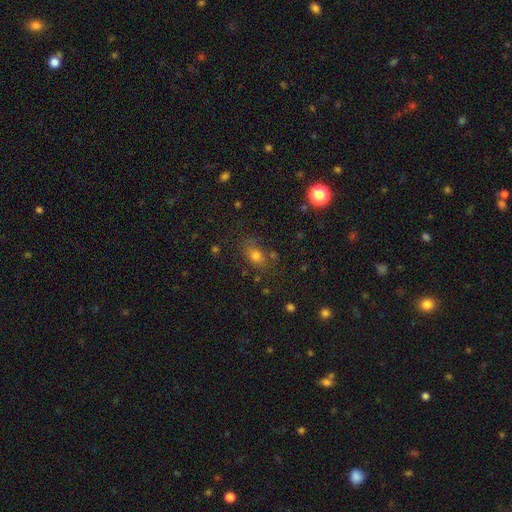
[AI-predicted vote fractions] Smooth or featured?
  - smooth: 72% *
  - star or artifact: 17%
  - featured or disk: 11%
How rounded?
  - in between: 69% *
  - round: 26%
  - cigar-shaped: 4%
Merging?
  - none: 71% *
  - minor disturbance: 17%
  - major disturbance: 6%
  - merger: 6%